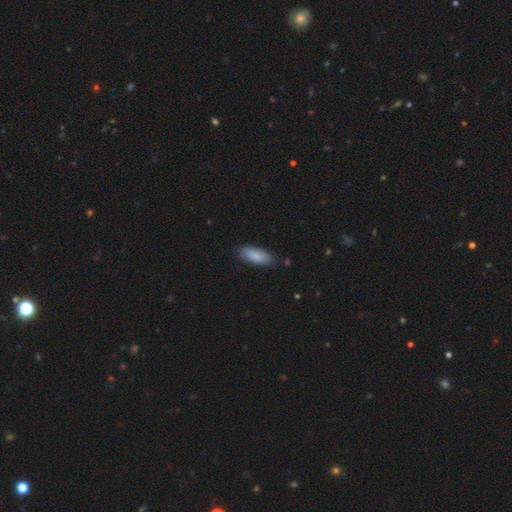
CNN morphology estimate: This is clearly a smooth galaxy (86%). How rounded: likely in between (75%). Merging: clearly none (83%).